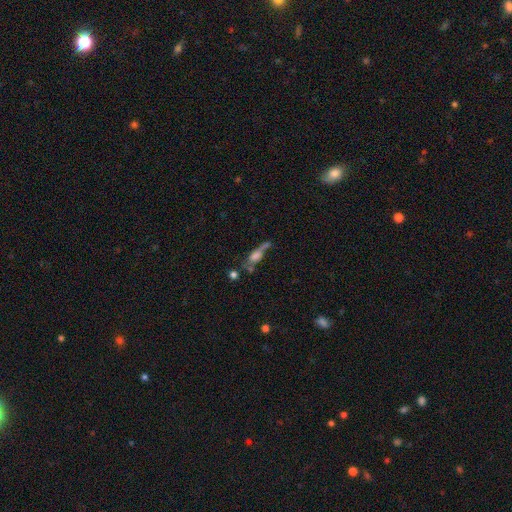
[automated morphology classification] Overall: featured or disk (48%; smooth 34%). Merging: none (39%; merger 21%).